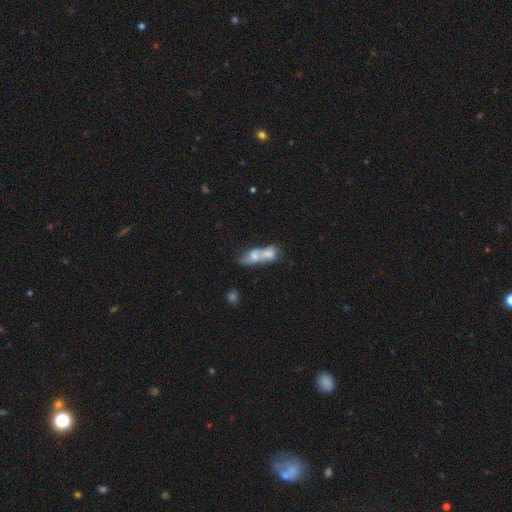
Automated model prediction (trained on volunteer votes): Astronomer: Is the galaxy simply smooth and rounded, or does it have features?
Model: smooth — 56% (runner-up: featured or disk, 34%).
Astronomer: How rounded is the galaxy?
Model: in between — 62%.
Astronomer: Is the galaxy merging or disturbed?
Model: merger — 72%.